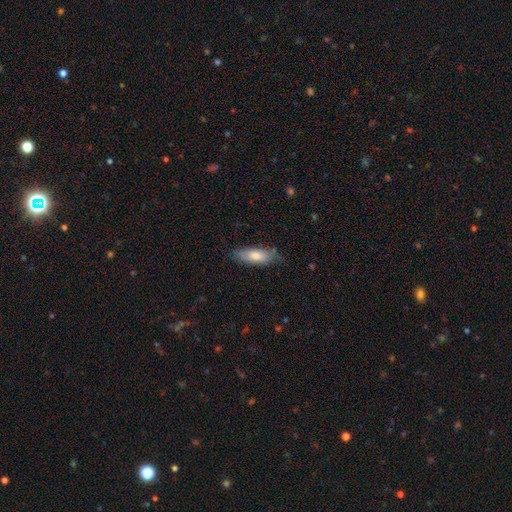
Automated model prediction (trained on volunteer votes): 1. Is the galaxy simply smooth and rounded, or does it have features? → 75% smooth, 19% featured or disk, 6% star or artifact.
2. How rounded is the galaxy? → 64% in between, 34% cigar-shaped, 2% round.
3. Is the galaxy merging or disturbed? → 70% none, 24% minor disturbance, 5% major disturbance, 2% merger.